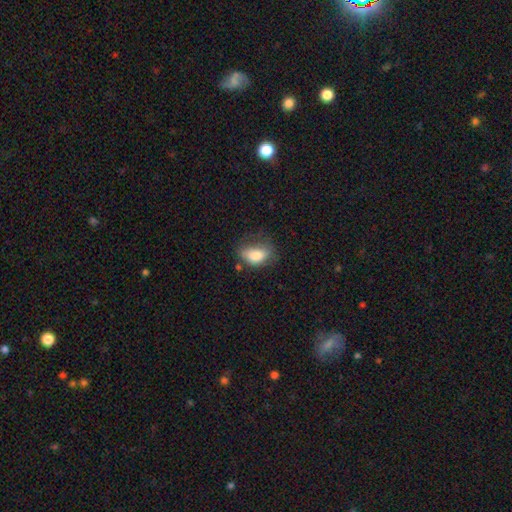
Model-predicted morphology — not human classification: A smooth galaxy with no disk features (79%) that is in between round and cigar-shaped (86%). Merging: none (44%).